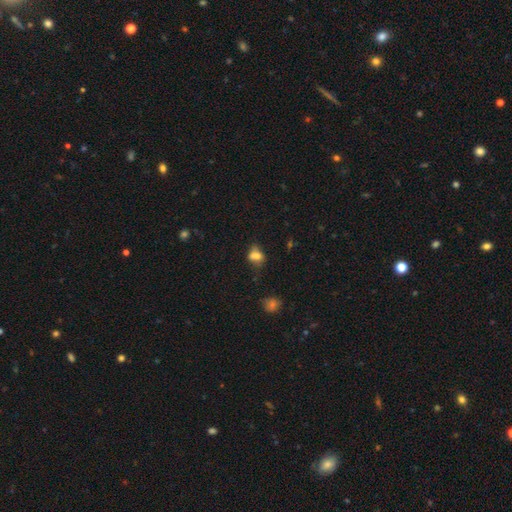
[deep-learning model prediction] Smooth or featured?
  - smooth: 67% *
  - featured or disk: 17%
  - star or artifact: 15%
How rounded?
  - in between: 54% *
  - round: 42%
  - cigar-shaped: 3%
Merging?
  - none: 40% *
  - merger: 31%
  - minor disturbance: 19%
  - major disturbance: 10%